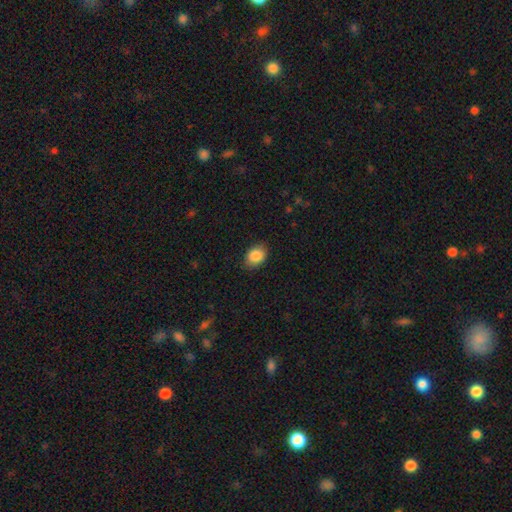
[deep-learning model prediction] Smooth or featured: smooth — 87% (star or artifact — 8%)
How rounded: in between — 71% (round — 28%)
Merging: none — 83% (minor disturbance — 13%)